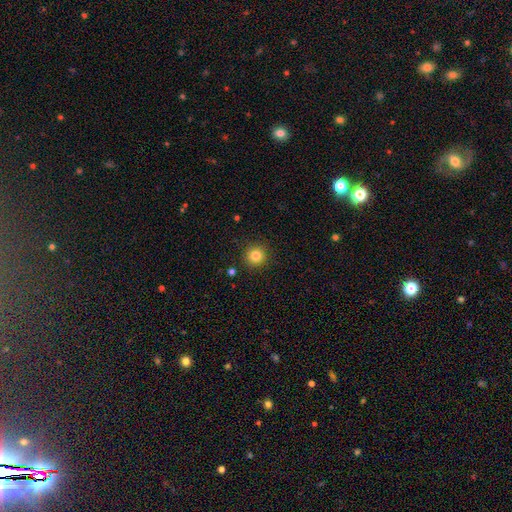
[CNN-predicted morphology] smooth-or-featured: smooth: 83% | star or artifact: 11% | featured or disk: 6%
  how-rounded: round: 94% | in between: 5% | cigar-shaped: 1%
  merging: none: 91% | minor disturbance: 6% | major disturbance: 2% | merger: 1%